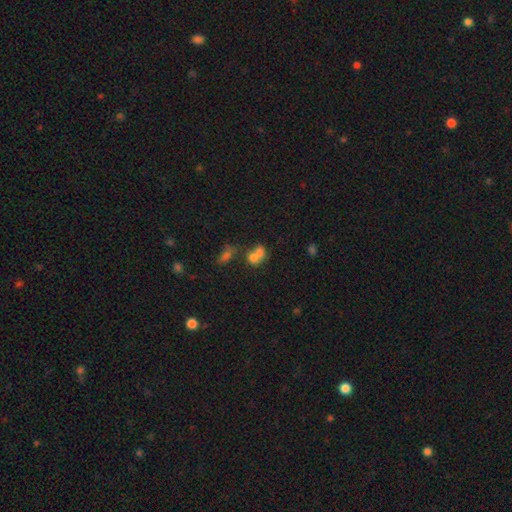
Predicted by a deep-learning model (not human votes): smooth_or_featured: smooth (p=0.69) [alt: featured or disk p=0.18]
how_rounded: round (p=0.55) [alt: in between p=0.44]
merging: merger (p=0.66) [alt: none p=0.23]